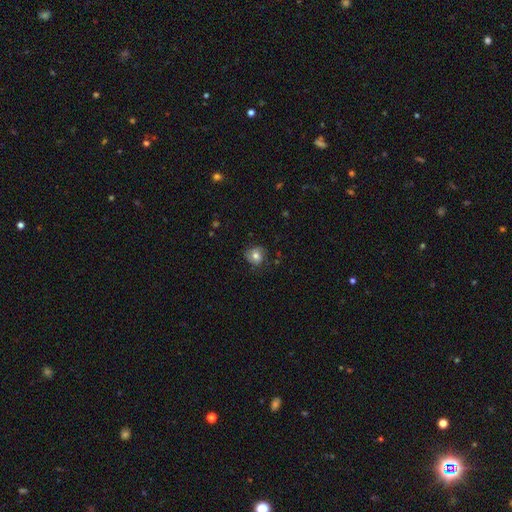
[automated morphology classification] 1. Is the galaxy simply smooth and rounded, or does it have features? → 64% smooth, 27% featured or disk, 10% star or artifact.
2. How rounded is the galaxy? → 79% round, 20% in between, 1% cigar-shaped.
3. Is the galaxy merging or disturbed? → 71% none, 21% minor disturbance, 7% major disturbance, 1% merger.